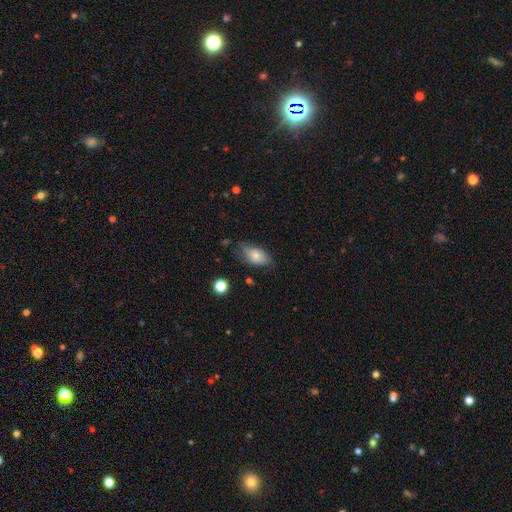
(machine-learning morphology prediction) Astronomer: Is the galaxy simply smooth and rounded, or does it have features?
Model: smooth — 75%.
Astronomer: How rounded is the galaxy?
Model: in between — 91%.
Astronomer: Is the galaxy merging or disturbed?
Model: none — 64%.